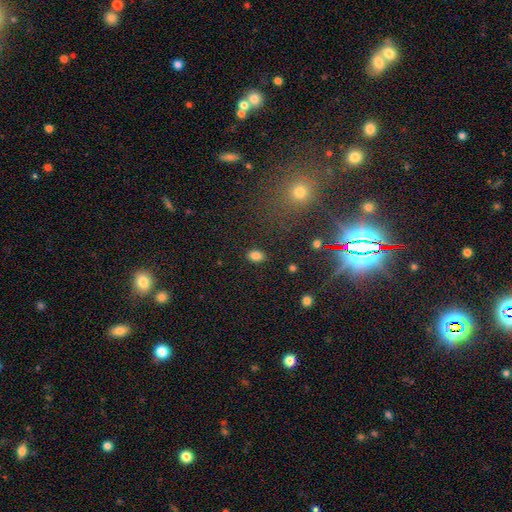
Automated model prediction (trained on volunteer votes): Q: Smooth or featured?
A: smooth (84%); runner-up: star or artifact (11%)
Q: How rounded?
A: in between (75%); runner-up: round (23%)
Q: Merging?
A: none (87%); runner-up: minor disturbance (9%)